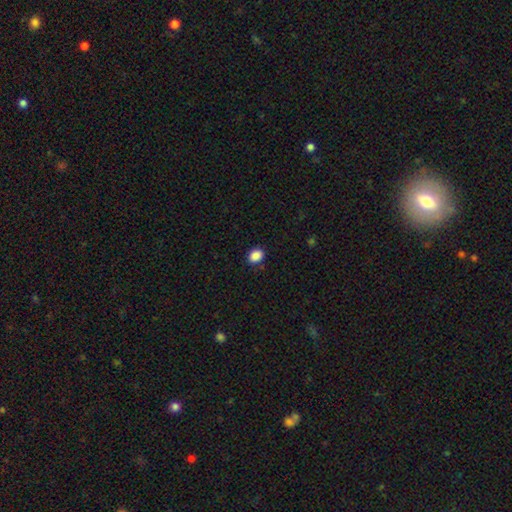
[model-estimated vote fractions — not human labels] This is clearly a smooth galaxy (89%). How rounded: likely in between (61%). Merging: clearly none (87%).